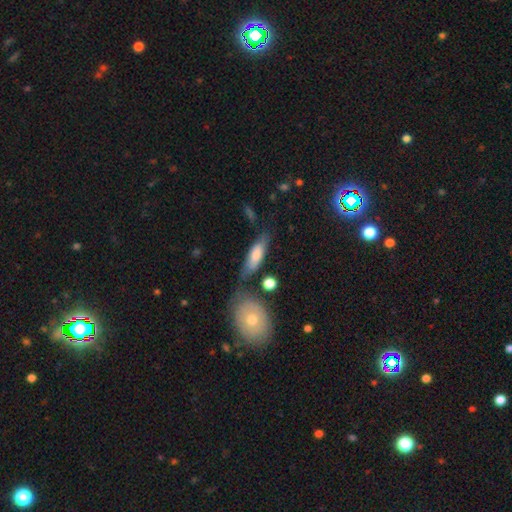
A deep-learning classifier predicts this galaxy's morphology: A smooth galaxy with no disk features (71%) that is in between round and cigar-shaped (54%).

Vote fractions:
- Smooth or featured? smooth: 71% / featured or disk: 23% / star or artifact: 6%
- How rounded? in between: 54% / cigar-shaped: 43% / round: 3%
- Merging? none: 55% / minor disturbance: 24% / merger: 12% / major disturbance: 9%